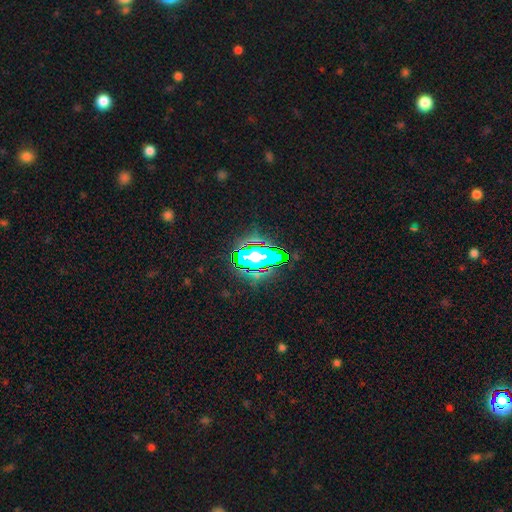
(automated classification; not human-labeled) A star or artifact, not a galaxy (73%).